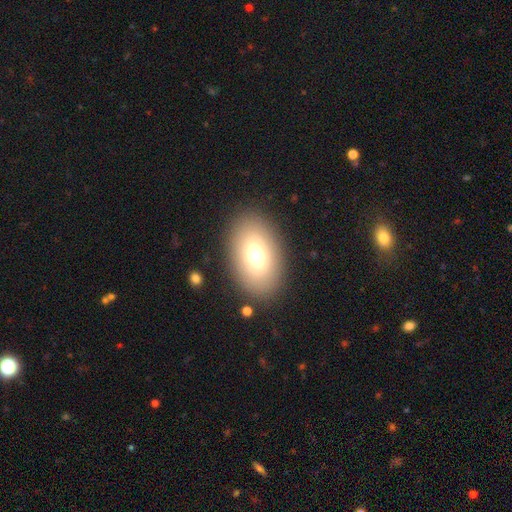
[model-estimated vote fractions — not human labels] This is likely a smooth galaxy (70%). How rounded: clearly in between (88%). Merging: clearly none (86%).